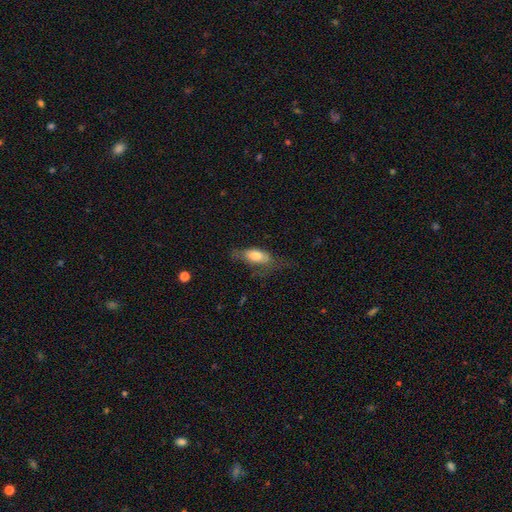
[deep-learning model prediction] The model was most divided on "merging": none: 41%, minor disturbance: 29%, major disturbance: 27%, merger: 2%. More confident: how rounded — in between (81%); smooth or featured — smooth (71%).